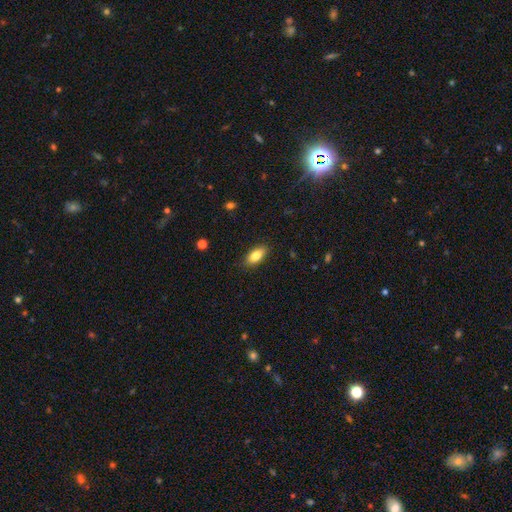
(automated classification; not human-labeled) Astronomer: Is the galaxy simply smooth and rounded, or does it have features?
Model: smooth — 81%.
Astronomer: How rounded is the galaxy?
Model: in between — 85%.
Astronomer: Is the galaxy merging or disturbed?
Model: none — 86%.